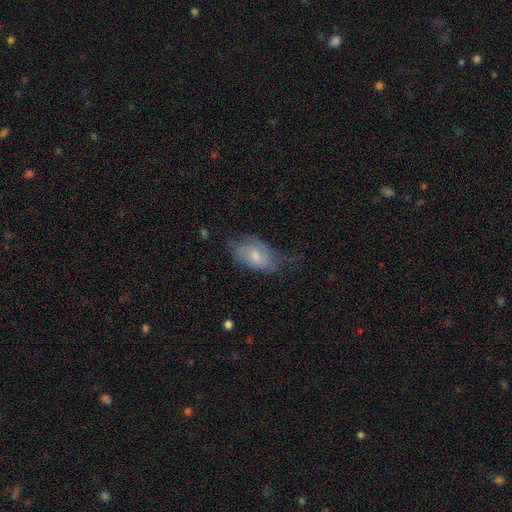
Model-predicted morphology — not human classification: Smooth or featured? smooth (51%)
How rounded? in between (90%)
Merging? none (38%)